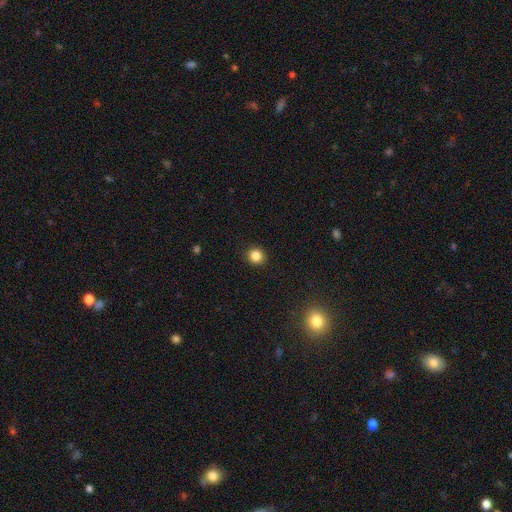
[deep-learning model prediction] Morphology: type=smooth (85%); roundness=round (87%); merging=none (91%).